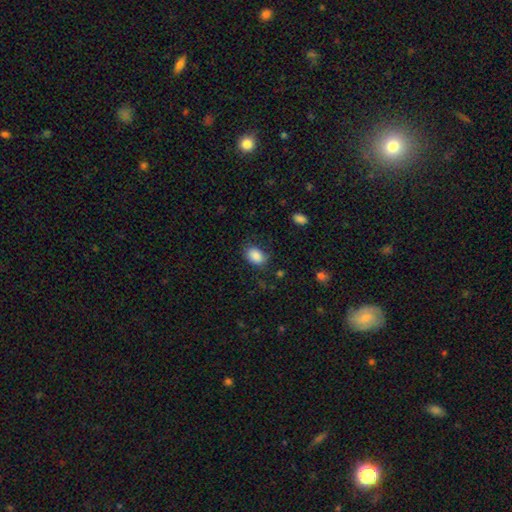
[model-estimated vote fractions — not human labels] smooth 87%, star or artifact 8%, featured or disk 5%. Down the decision tree: how rounded — in between (81%); merging — none (76%).